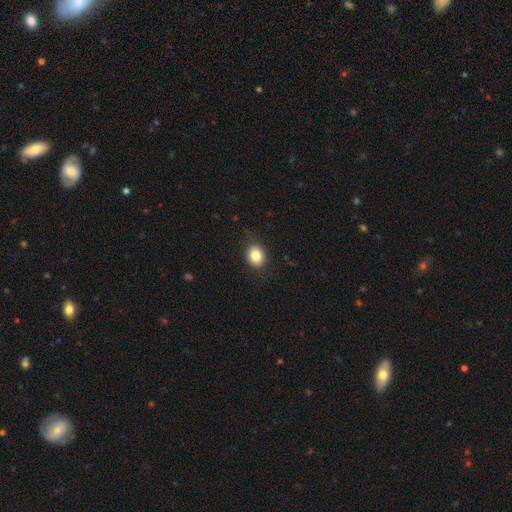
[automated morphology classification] smooth-or-featured: smooth: 86% | star or artifact: 9% | featured or disk: 5%
  how-rounded: round: 56% | in between: 43% | cigar-shaped: 1%
  merging: none: 87% | minor disturbance: 10% | major disturbance: 3% | merger: 1%